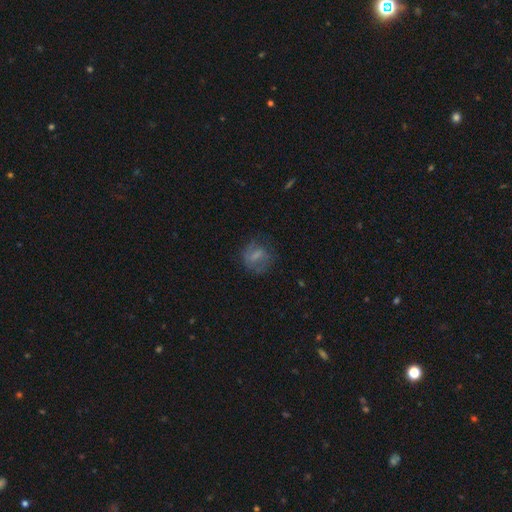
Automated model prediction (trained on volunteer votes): Smooth or featured?
  - smooth: 53% *
  - featured or disk: 36%
  - star or artifact: 11%
How rounded?
  - round: 66% *
  - in between: 32%
  - cigar-shaped: 2%
Merging?
  - none: 61% *
  - minor disturbance: 21%
  - major disturbance: 16%
  - merger: 2%